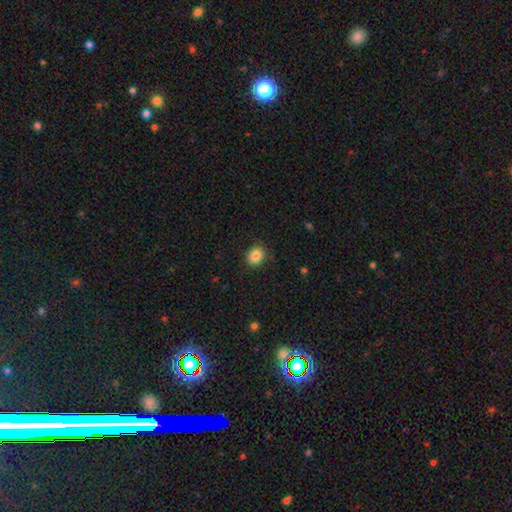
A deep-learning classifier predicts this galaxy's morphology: smooth_or_featured: smooth (p=0.86) [alt: star or artifact p=0.09]
how_rounded: in between (p=0.50) [alt: round p=0.49]
merging: none (p=0.87) [alt: minor disturbance p=0.10]